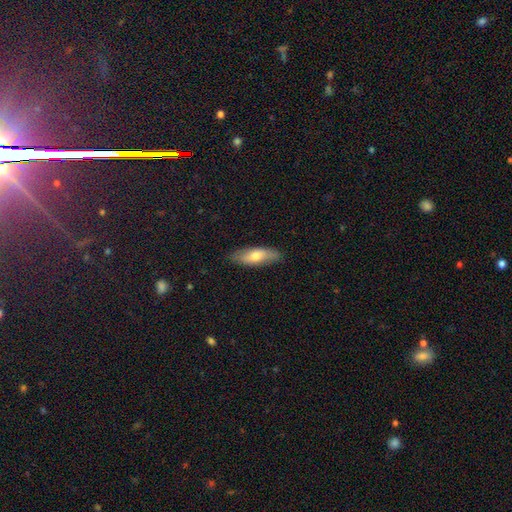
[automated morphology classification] A smooth galaxy with no disk features (65%) that is in between round and cigar-shaped (58%). Merging: none (85%).